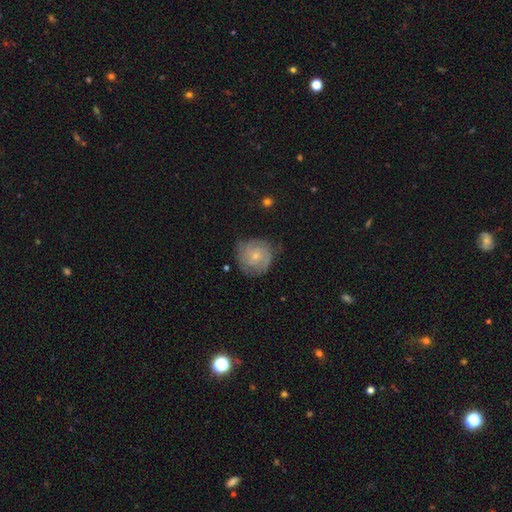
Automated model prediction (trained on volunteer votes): This is likely a featured or disk galaxy (64%). It is clearly not viewed edge-on (97%). Bar: likely no (77%). Spiral arm pattern: clearly yes (88%). Spiral arm count: marginally can't tell (35%). Spiral winding: likely tight (61%). Central bulge: likely small (66%). Merging: likely none (72%).